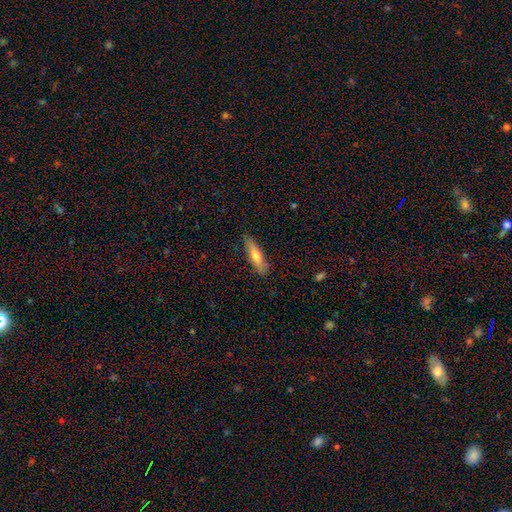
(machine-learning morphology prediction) Smooth or featured? Predicted: smooth (p=0.64). How rounded? Predicted: cigar-shaped (p=0.67). Merging? Predicted: none (p=0.84).